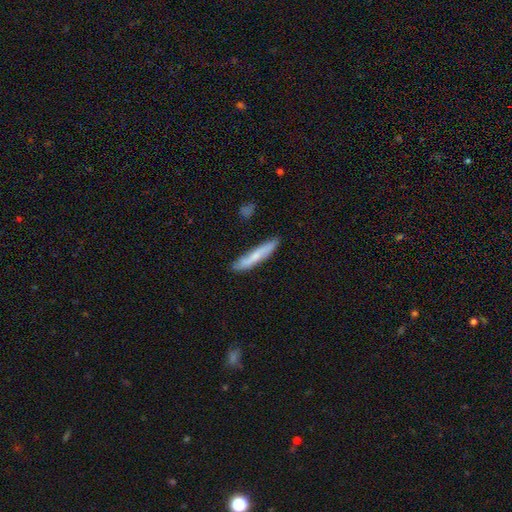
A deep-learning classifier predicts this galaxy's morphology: A smooth galaxy with no disk features (58%) that is cigar-shaped (91%). Merging: none (80%).